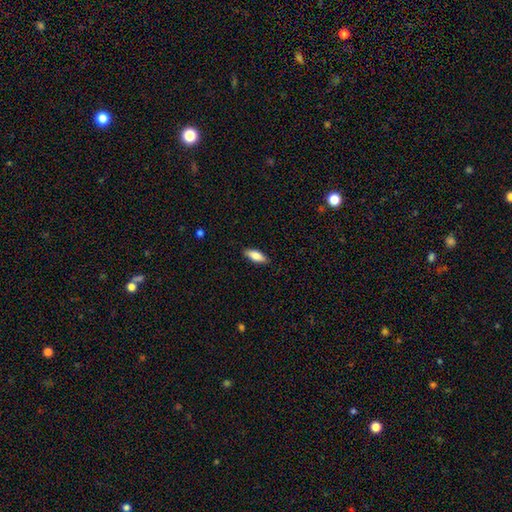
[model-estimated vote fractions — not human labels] Morphology: type=smooth (78%); roundness=in between (67%); merging=none (88%).